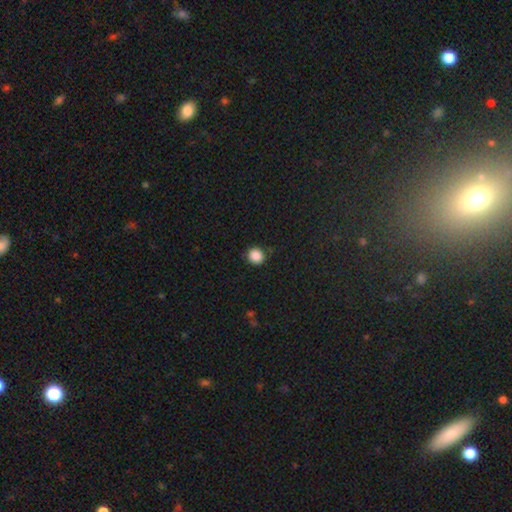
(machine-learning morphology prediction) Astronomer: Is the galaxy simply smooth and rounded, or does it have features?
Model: smooth — 87%.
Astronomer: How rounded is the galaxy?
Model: round — 90%.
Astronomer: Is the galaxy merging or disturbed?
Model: none — 89%.